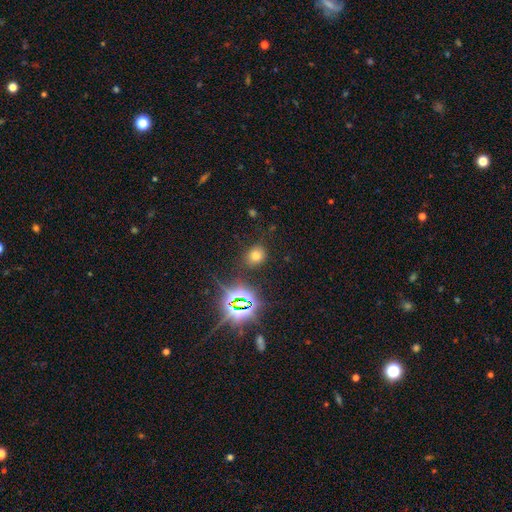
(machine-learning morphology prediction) smooth-or-featured: smooth: 65% | star or artifact: 27% | featured or disk: 8%
  how-rounded: round: 62% | in between: 36% | cigar-shaped: 1%
  merging: none: 82% | minor disturbance: 11% | major disturbance: 4% | merger: 3%